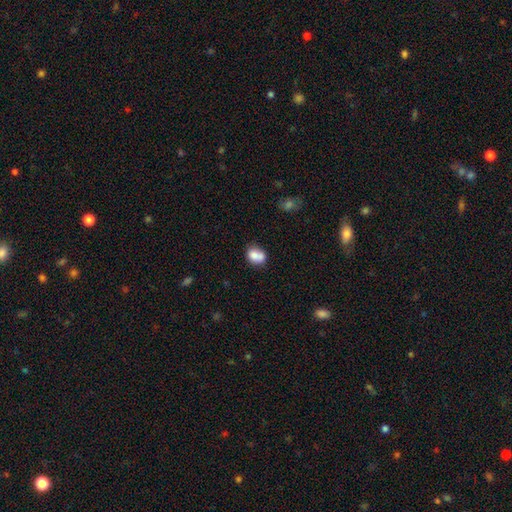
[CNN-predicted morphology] type=smooth (76%); roundness=in between (54%); merging=merger (40%).